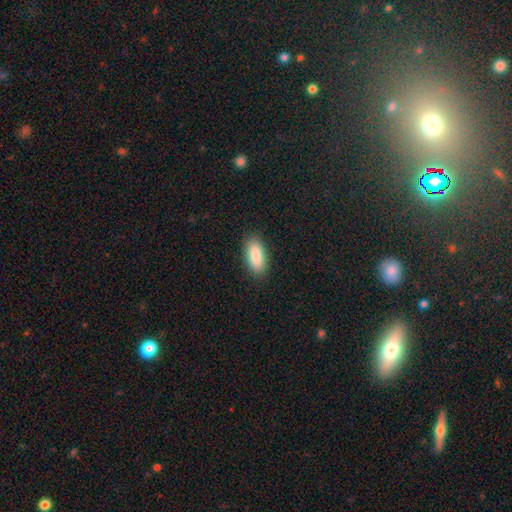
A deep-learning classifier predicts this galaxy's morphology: Smooth or featured?
  - smooth: 88% *
  - star or artifact: 6%
  - featured or disk: 5%
How rounded?
  - in between: 84% *
  - cigar-shaped: 14%
  - round: 2%
Merging?
  - none: 89% *
  - minor disturbance: 8%
  - major disturbance: 2%
  - merger: 1%